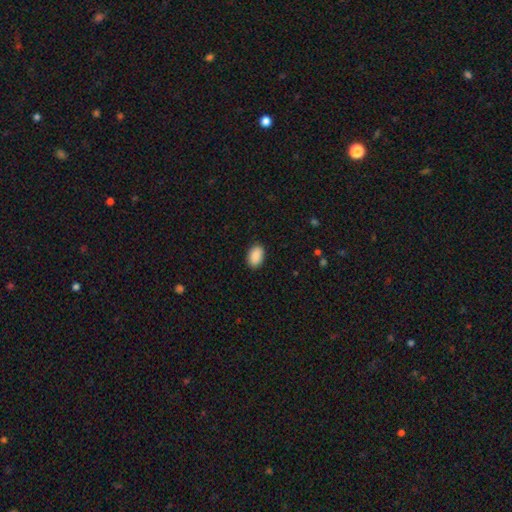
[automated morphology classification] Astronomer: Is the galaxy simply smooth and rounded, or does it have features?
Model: smooth — 91%.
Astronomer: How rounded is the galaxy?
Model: in between — 90%.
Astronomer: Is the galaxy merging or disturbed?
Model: none — 89%.